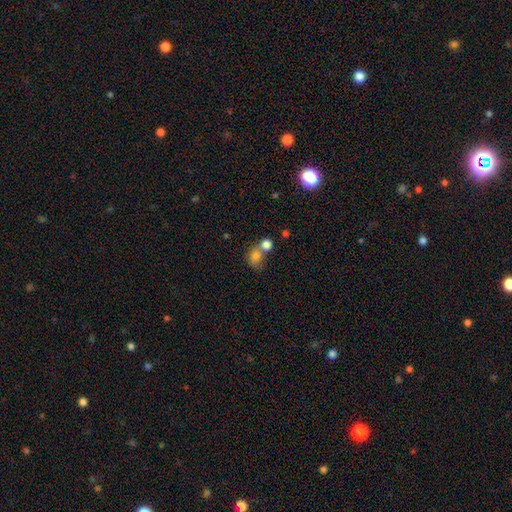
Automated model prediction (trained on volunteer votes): Smooth or featured? Predicted: smooth (p=0.79). How rounded? Predicted: round (p=0.58). Merging? Predicted: merger (p=0.47).